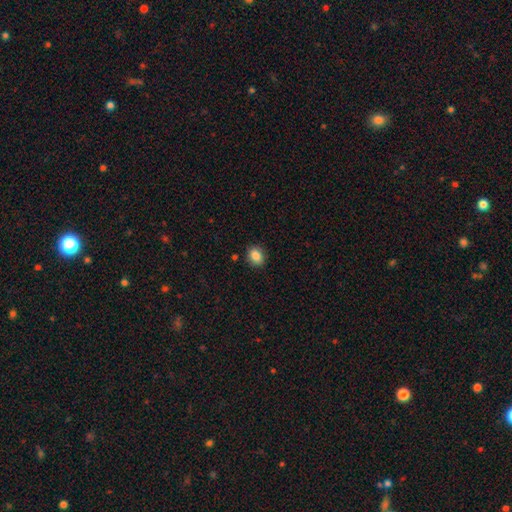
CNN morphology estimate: Smooth or featured?
  - smooth: 87% *
  - star or artifact: 9%
  - featured or disk: 4%
How rounded?
  - in between: 51% *
  - round: 48%
  - cigar-shaped: 1%
Merging?
  - none: 87% *
  - minor disturbance: 9%
  - major disturbance: 2%
  - merger: 1%